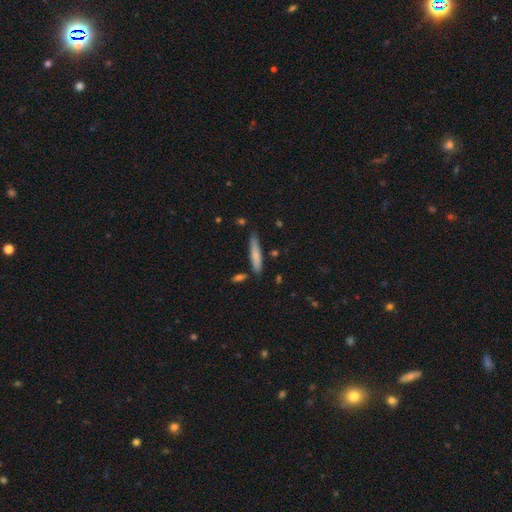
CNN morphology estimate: Q: Smooth or featured?
A: smooth (75%); runner-up: featured or disk (19%)
Q: How rounded?
A: cigar-shaped (88%); runner-up: in between (11%)
Q: Merging?
A: none (79%); runner-up: minor disturbance (14%)